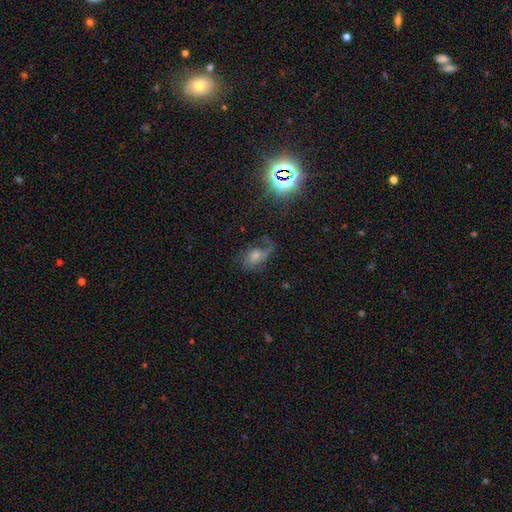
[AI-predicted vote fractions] Smooth or featured? Predicted: featured or disk (p=0.51). Edge-on disk? Predicted: no (p=0.94). Merging? Predicted: none (p=0.50).